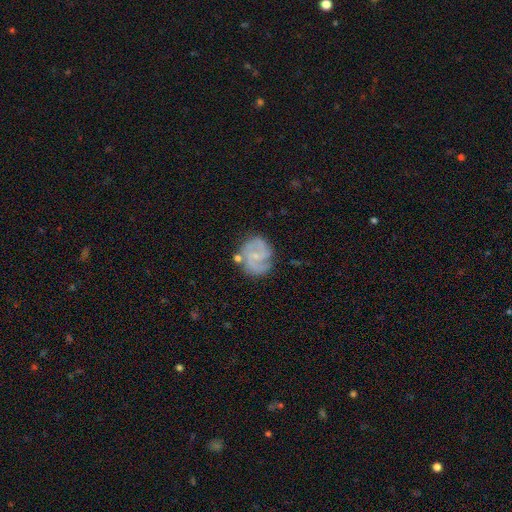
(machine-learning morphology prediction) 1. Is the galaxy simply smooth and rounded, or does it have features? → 78% featured or disk, 15% smooth, 7% star or artifact.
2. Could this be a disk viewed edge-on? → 98% no, 2% yes.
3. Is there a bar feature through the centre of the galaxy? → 55% no, 38% weak, 7% strong.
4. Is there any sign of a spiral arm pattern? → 95% yes, 5% no.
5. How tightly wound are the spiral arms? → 47% medium, 38% tight, 15% loose.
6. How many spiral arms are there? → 52% 2, 24% 3, 13% can't tell, 4% 1, 4% 4, 3% more than 4.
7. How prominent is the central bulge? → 71% small, 15% moderate, 12% none, 1% large, 1% dominant.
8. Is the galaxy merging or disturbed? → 69% none, 19% minor disturbance, 7% major disturbance, 5% merger.